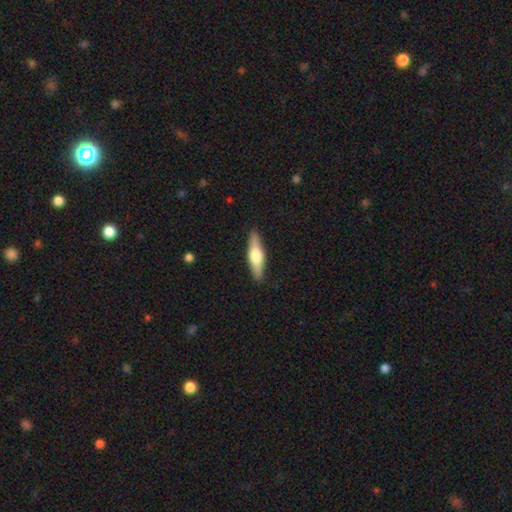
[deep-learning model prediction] Morphology: type=featured or disk (51%); edge-on=yes (94%); merging=none (90%).